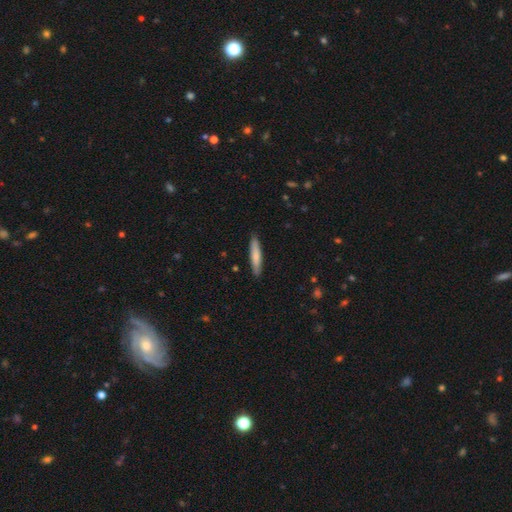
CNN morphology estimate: type=smooth (76%); roundness=cigar-shaped (88%); merging=none (89%).